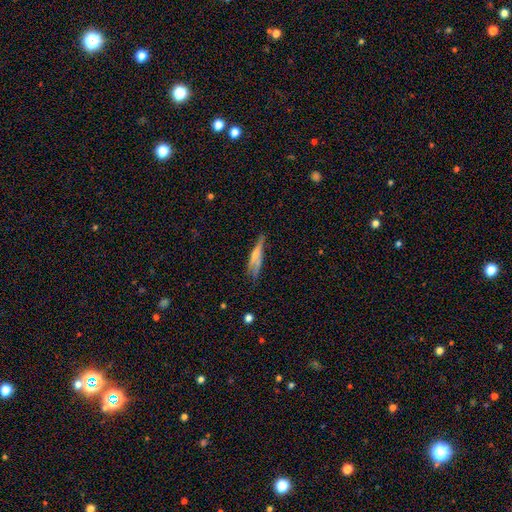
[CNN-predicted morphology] type=smooth (53%); roundness=cigar-shaped (78%); merging=none (61%).